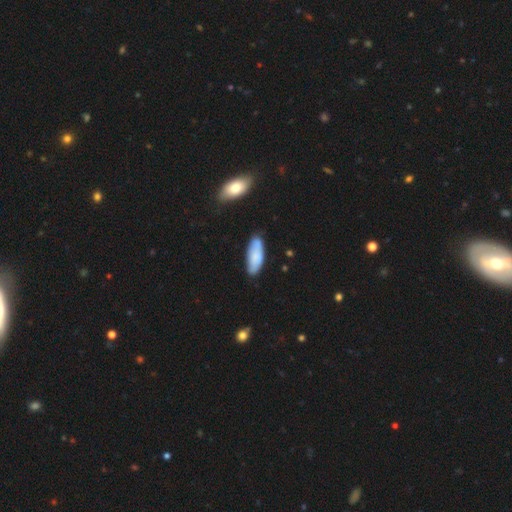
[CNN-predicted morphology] This appears to be a smooth galaxy with no disk features (78%) that is in between round and cigar-shaped (70%). Merging: none (76%).